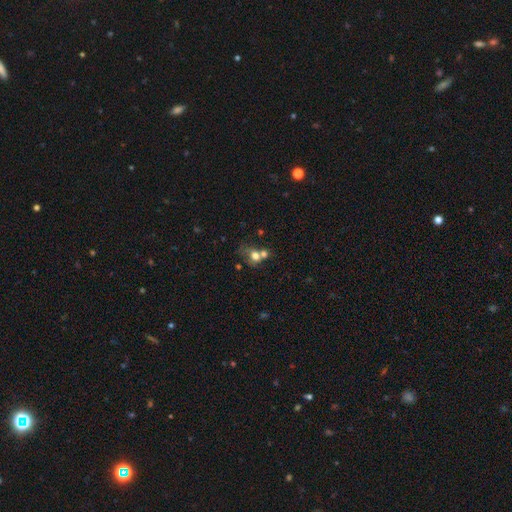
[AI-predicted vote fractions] Smooth or featured? smooth (68%)
How rounded? round (62%)
Merging? merger (53%)